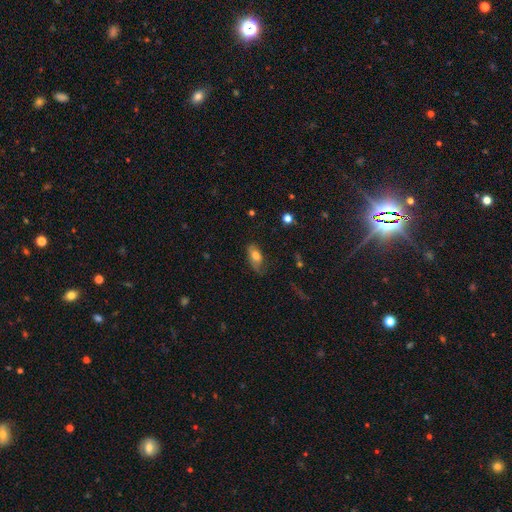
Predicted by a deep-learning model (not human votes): Smooth or featured: smooth — 69% (featured or disk — 23%)
How rounded: in between — 88% (cigar-shaped — 7%)
Merging: none — 60% (minor disturbance — 28%)